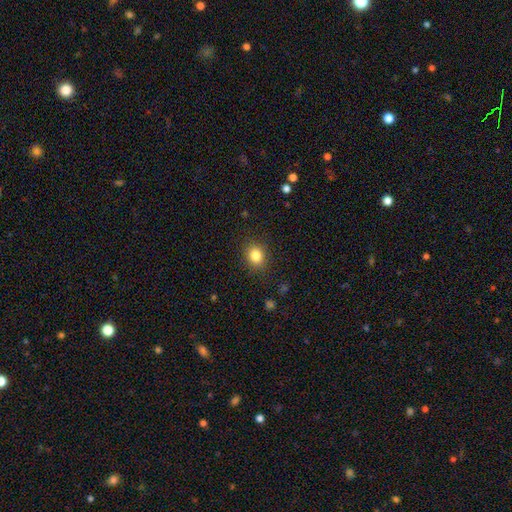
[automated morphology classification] Q: Smooth or featured?
A: smooth (83%); runner-up: star or artifact (11%)
Q: How rounded?
A: round (65%); runner-up: in between (35%)
Q: Merging?
A: none (88%); runner-up: minor disturbance (8%)